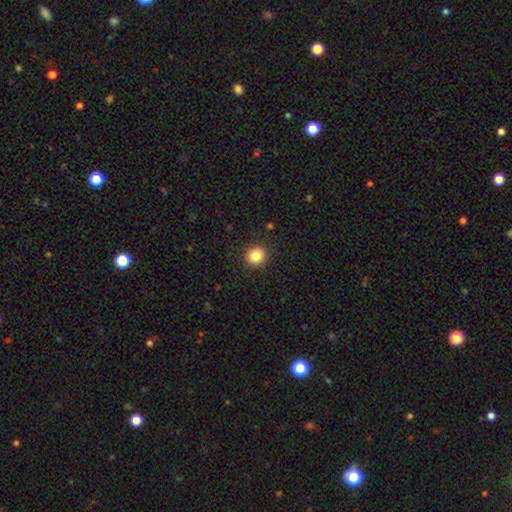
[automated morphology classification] Q: Smooth or featured?
A: smooth (85%); runner-up: star or artifact (10%)
Q: How rounded?
A: round (84%); runner-up: in between (15%)
Q: Merging?
A: none (91%); runner-up: minor disturbance (6%)